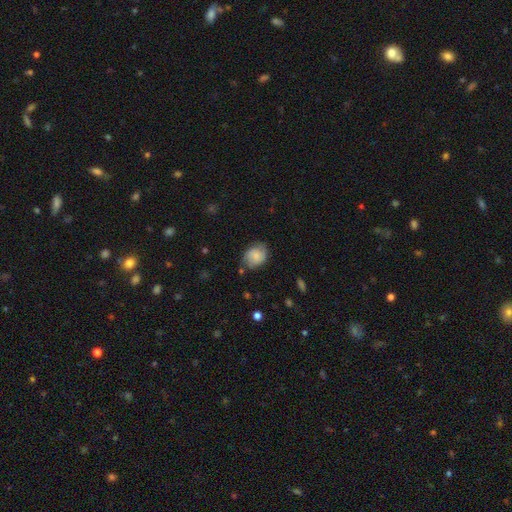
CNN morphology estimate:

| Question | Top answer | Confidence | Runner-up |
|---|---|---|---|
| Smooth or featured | smooth | 69% | featured or disk (23%) |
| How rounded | in between | 53% | round (46%) |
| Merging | none | 66% | minor disturbance (25%) |